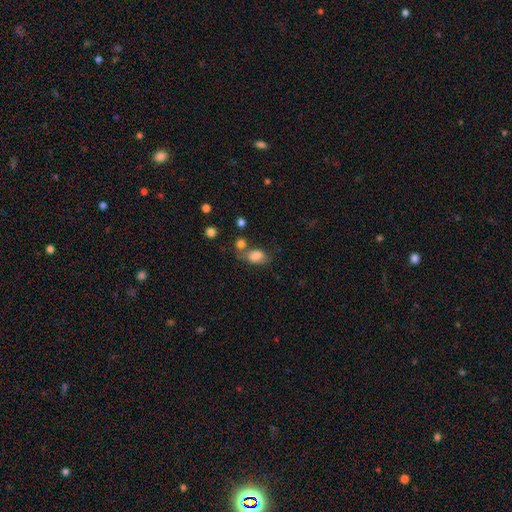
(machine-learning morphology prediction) This appears to be a smooth galaxy with no disk features (81%) that is in between round and cigar-shaped (83%). Merging: none (50%).